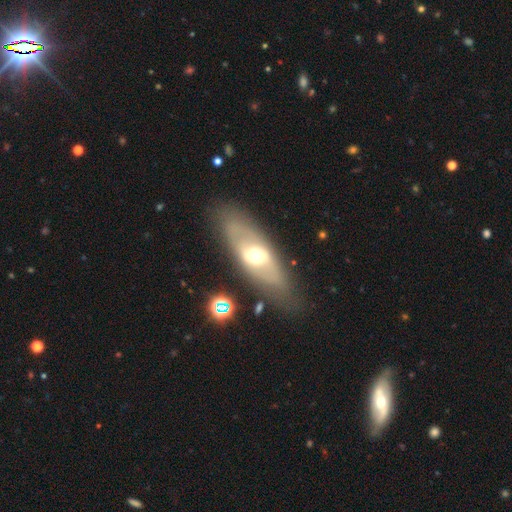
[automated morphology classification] Overall: featured or disk (57%; smooth 35%). Edge-on disk: no (75%). Merging: none (80%).